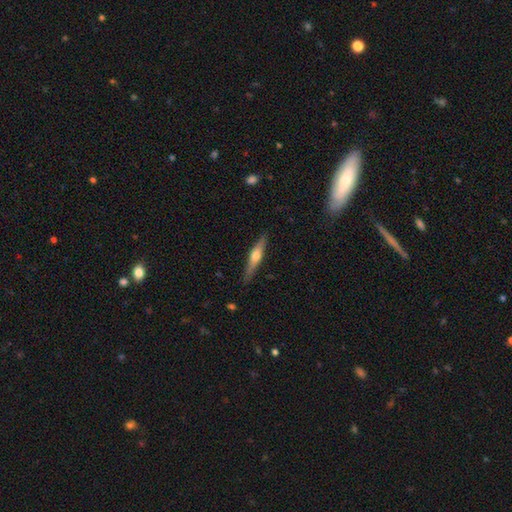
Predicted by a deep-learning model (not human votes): smooth_or_featured: featured or disk (p=0.57) [alt: smooth p=0.38]
disk_edge_on: yes (p=0.95) [alt: no p=0.05]
edge_on_bulge: rounded (p=0.89) [alt: none p=0.06]
merging: none (p=0.86) [alt: minor disturbance p=0.10]